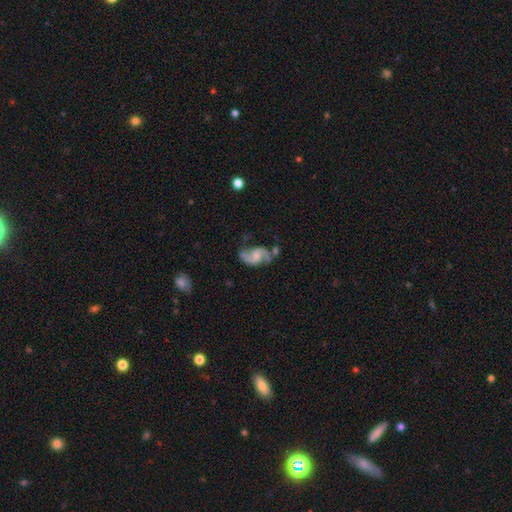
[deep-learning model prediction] The model was most divided on "bulge size": none: 31%, moderate: 30%, small: 29%, large: 8%, dominant: 2%. Remaining: edge-on disk — no (98%); spiral arms — yes (96%); spiral arm count — 2 (92%); smooth or featured — featured or disk (85%); merging — none (59%); spiral winding — loose (48%); bar — weak (45%).